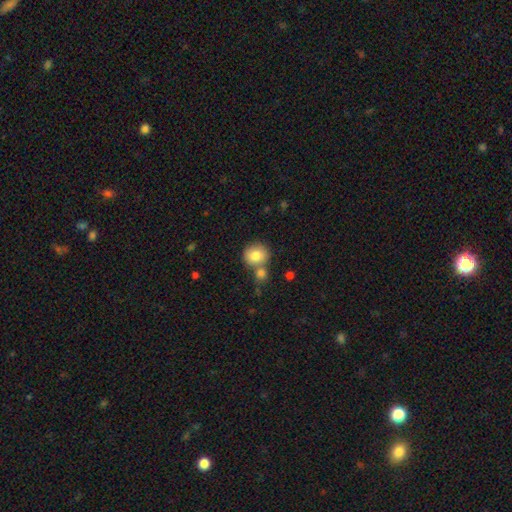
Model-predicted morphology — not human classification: Smooth or featured?
  - smooth: 83% *
  - featured or disk: 9%
  - star or artifact: 8%
How rounded?
  - round: 82% *
  - in between: 17%
  - cigar-shaped: 1%
Merging?
  - none: 57% *
  - merger: 29%
  - minor disturbance: 11%
  - major disturbance: 3%